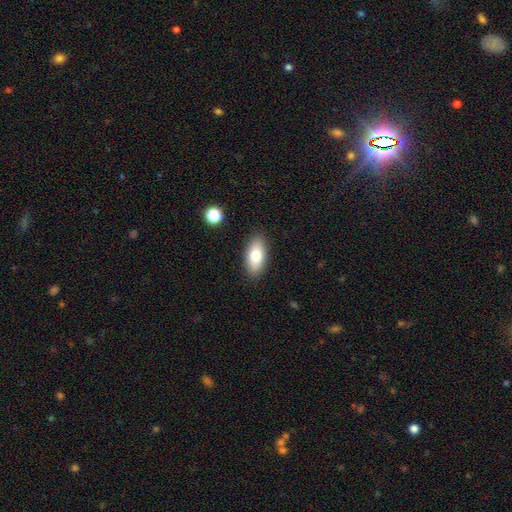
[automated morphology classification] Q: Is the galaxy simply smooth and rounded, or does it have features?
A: smooth — 76%.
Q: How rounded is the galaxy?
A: in between — 89%.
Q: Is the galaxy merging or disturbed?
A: none — 88%.